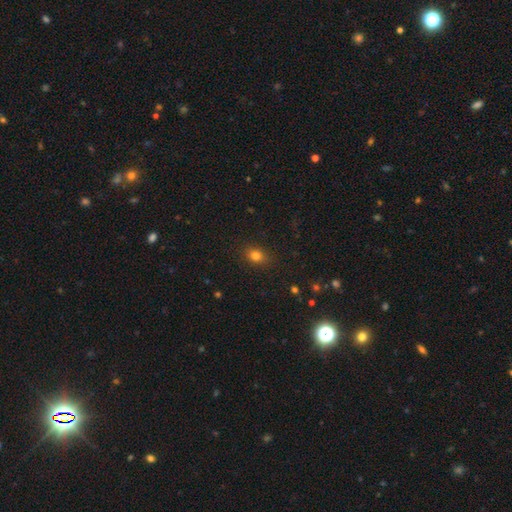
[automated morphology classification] A smooth galaxy with no disk features (80%) that is in between round and cigar-shaped (56%).

Vote fractions:
- Smooth or featured? smooth: 80% / star or artifact: 14% / featured or disk: 6%
- How rounded? in between: 56% / round: 43% / cigar-shaped: 2%
- Merging? none: 86% / minor disturbance: 10% / major disturbance: 3% / merger: 1%